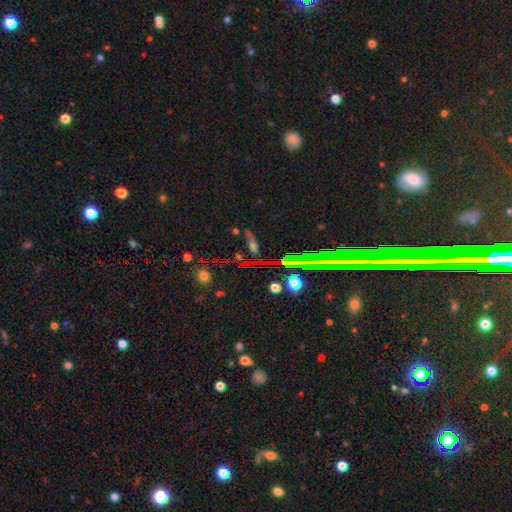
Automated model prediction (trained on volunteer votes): A star or artifact, not a galaxy (77%).